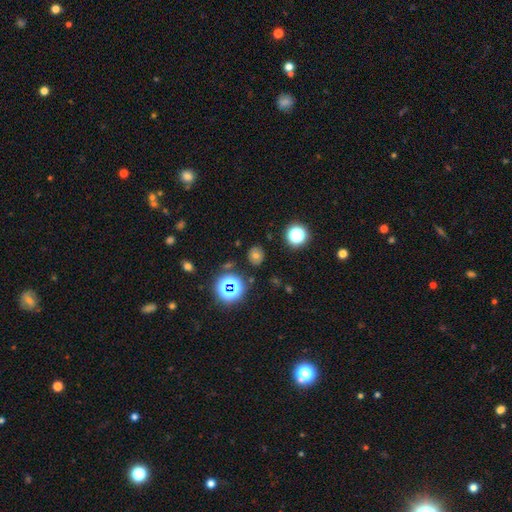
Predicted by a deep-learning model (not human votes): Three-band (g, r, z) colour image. It shows a smooth galaxy with no disk features (55%) that is round (75%). Merging: none (83%).